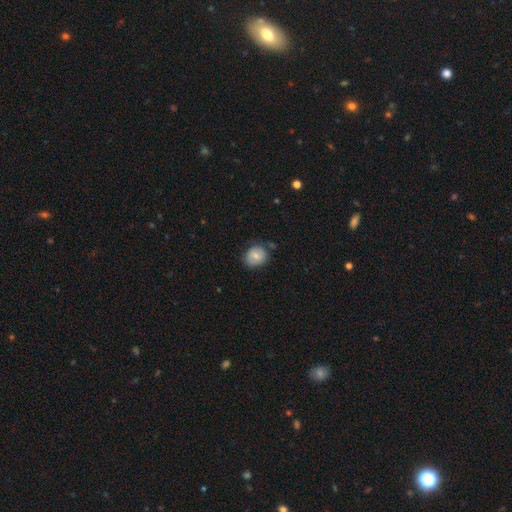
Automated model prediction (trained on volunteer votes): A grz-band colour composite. It shows a smooth galaxy with no disk features (73%) that is round (65%). Merging: none (72%).